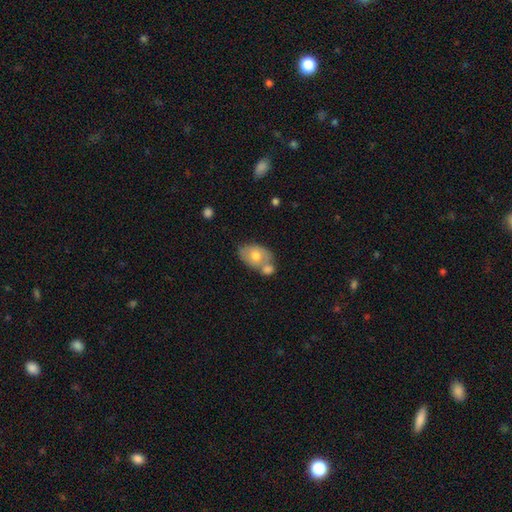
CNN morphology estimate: smooth-or-featured: smooth: 65% | featured or disk: 28% | star or artifact: 7%
  how-rounded: in between: 83% | round: 16% | cigar-shaped: 1%
  merging: merger: 44% | none: 37% | minor disturbance: 14% | major disturbance: 5%